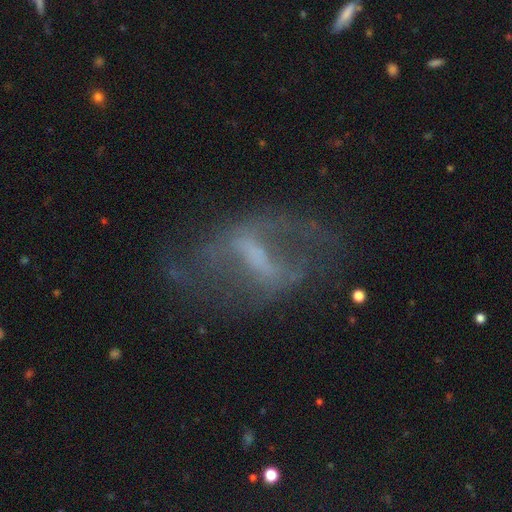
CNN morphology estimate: A featured or disk galaxy (72%) with a strong bar (53%), spiral arms (57%) and no central bulge (42%). Merging: none (50%).